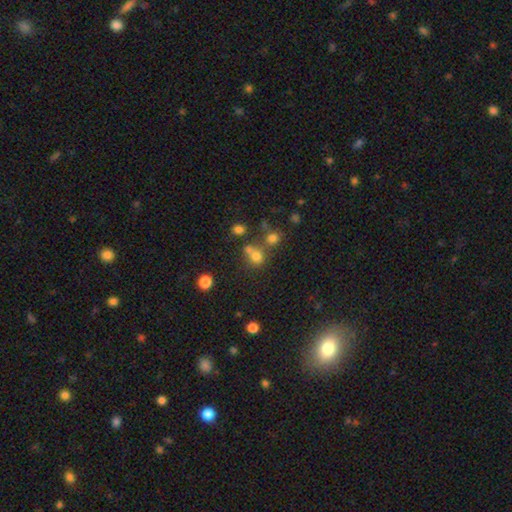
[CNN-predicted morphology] type=smooth (69%); roundness=round (76%); merging=none (48%).